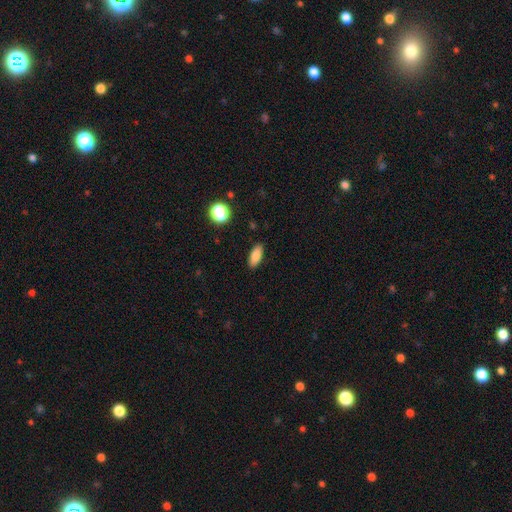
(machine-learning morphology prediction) This is clearly a smooth galaxy (84%). How rounded: clearly in between (82%). Merging: clearly none (89%).